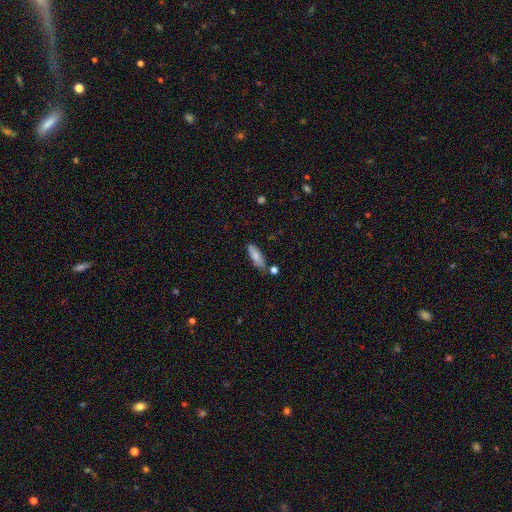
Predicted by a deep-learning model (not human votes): This appears to be a smooth galaxy with no disk features (77%) that is in between round and cigar-shaped (60%). Merging: none (72%).